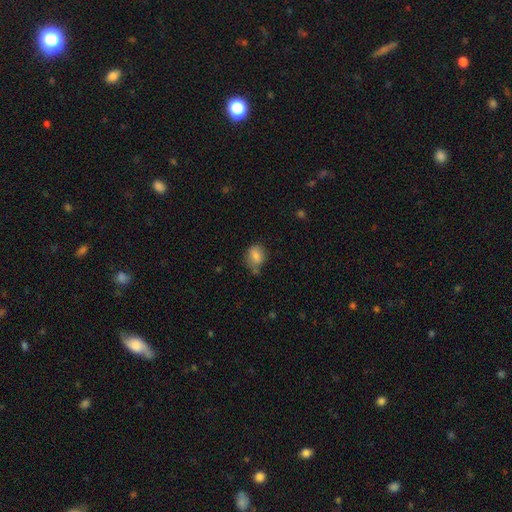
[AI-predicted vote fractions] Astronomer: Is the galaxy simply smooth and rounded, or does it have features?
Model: smooth — 80%.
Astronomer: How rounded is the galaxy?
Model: in between — 53% (runner-up: round, 45%).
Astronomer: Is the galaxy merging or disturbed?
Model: none — 61%.